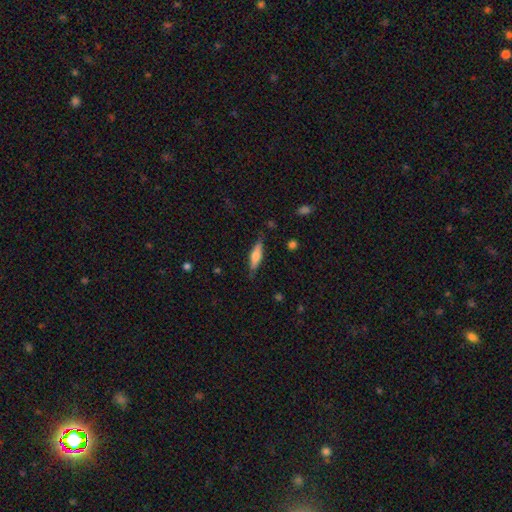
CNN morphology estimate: smooth_or_featured: smooth (p=0.58) [alt: featured or disk p=0.36]
how_rounded: cigar-shaped (p=0.67) [alt: in between p=0.31]
merging: none (p=0.80) [alt: minor disturbance p=0.15]